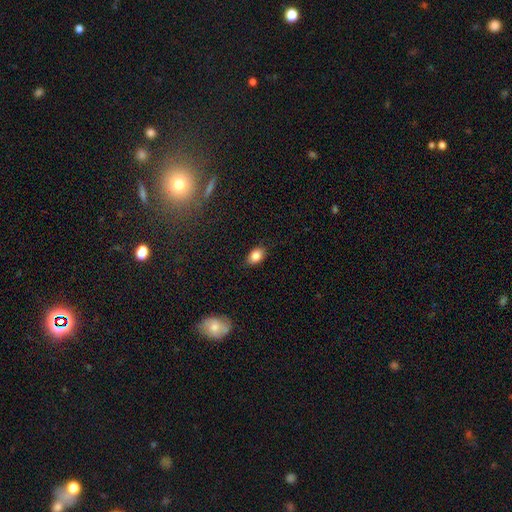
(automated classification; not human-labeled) Smooth or featured? smooth (85%)
How rounded? in between (83%)
Merging? none (85%)